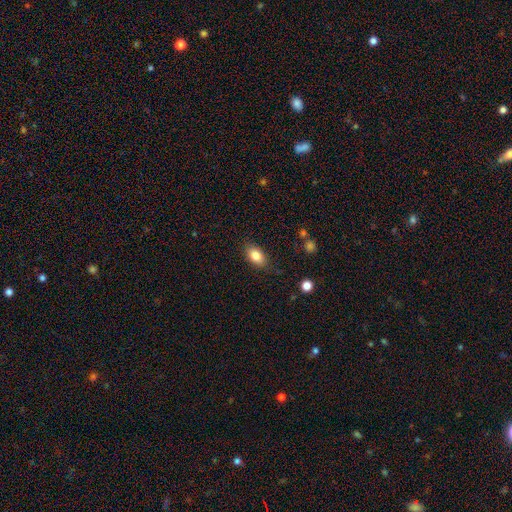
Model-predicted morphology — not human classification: Overall: smooth (83%). How rounded: in between (88%). Merging: none (83%).